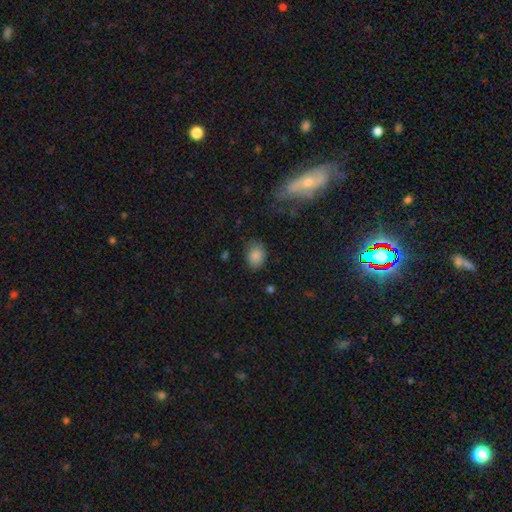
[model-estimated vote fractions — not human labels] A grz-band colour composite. It shows a smooth galaxy with no disk features (85%) that is in between round and cigar-shaped (59%). Merging: none (73%).